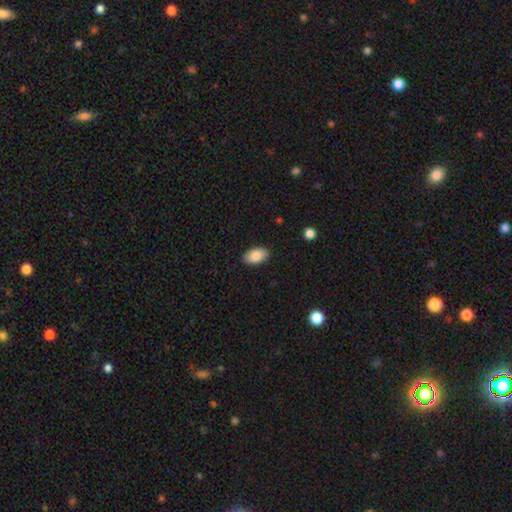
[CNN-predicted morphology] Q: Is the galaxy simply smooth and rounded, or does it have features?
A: smooth — 85%.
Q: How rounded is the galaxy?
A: in between — 94%.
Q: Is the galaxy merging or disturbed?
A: none — 88%.